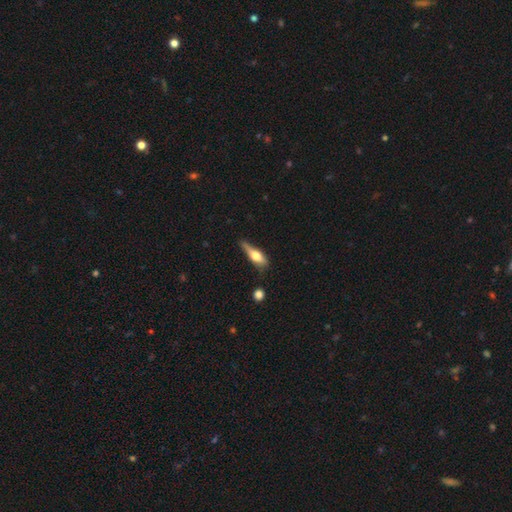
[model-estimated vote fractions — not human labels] This appears to be a smooth galaxy with no disk features (58%) that is cigar-shaped (50%). Merging: none (44%).